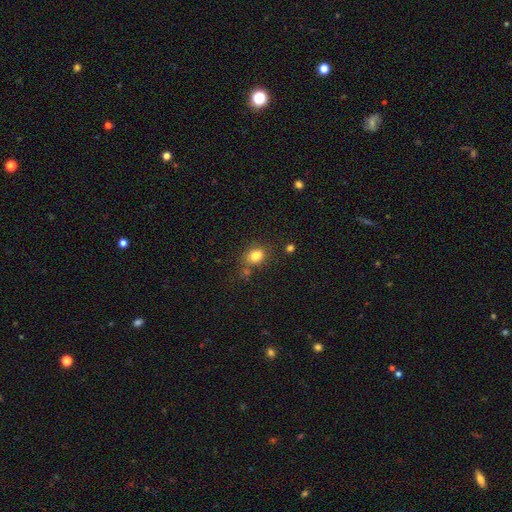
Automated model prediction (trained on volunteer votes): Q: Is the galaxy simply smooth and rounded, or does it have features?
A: smooth — 83%.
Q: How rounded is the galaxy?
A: in between — 55%.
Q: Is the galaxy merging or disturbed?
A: none — 70%.